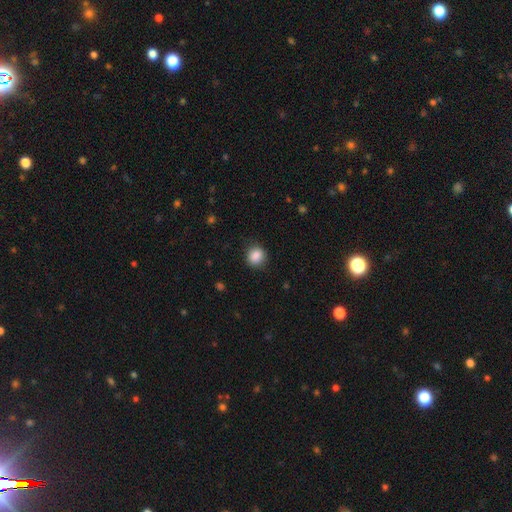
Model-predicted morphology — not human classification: Smooth or featured?
  - smooth: 87% *
  - star or artifact: 9%
  - featured or disk: 4%
How rounded?
  - round: 82% *
  - in between: 17%
  - cigar-shaped: 1%
Merging?
  - none: 87% *
  - minor disturbance: 9%
  - major disturbance: 3%
  - merger: 1%